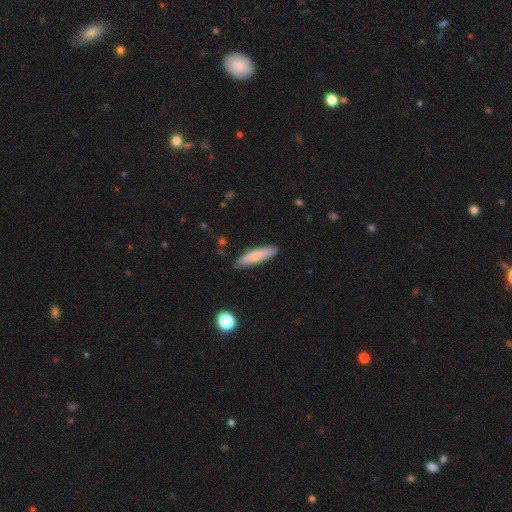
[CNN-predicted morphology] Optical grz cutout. It shows a smooth galaxy with no disk features (73%) that is cigar-shaped (76%). Merging: none (85%).